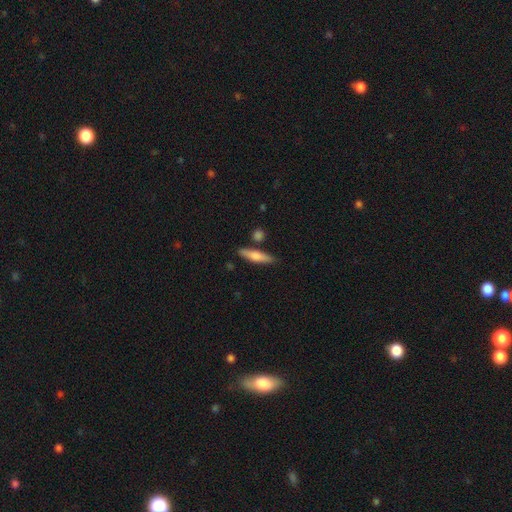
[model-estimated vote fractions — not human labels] Smooth or featured?
  - smooth: 63% *
  - featured or disk: 31%
  - star or artifact: 6%
How rounded?
  - cigar-shaped: 79% *
  - in between: 19%
  - round: 2%
Merging?
  - none: 81% *
  - minor disturbance: 11%
  - merger: 6%
  - major disturbance: 2%